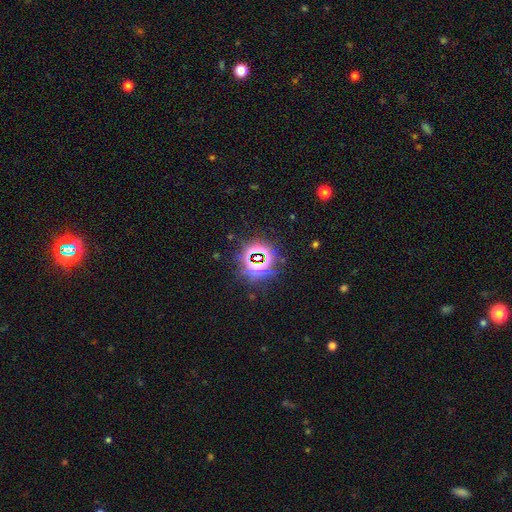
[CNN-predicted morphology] Q: Smooth or featured?
A: star or artifact (78%); runner-up: smooth (14%)